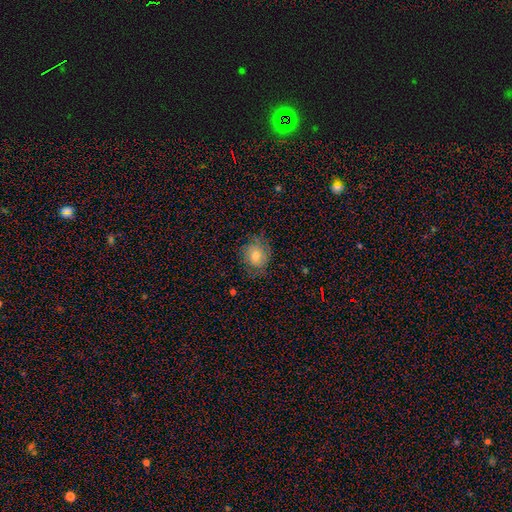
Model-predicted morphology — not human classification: The model was most divided on "smooth or featured": smooth: 65%, featured or disk: 25%, star or artifact: 11%. More confident: how rounded — round (72%); merging — none (71%).